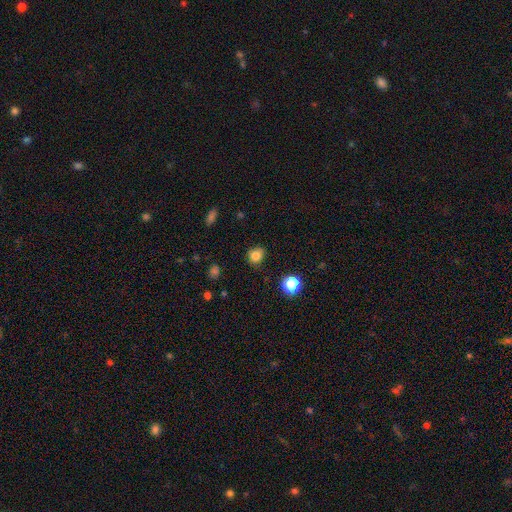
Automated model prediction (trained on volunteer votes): A smooth galaxy with no disk features (81%) that is round (79%). Merging: none (78%).